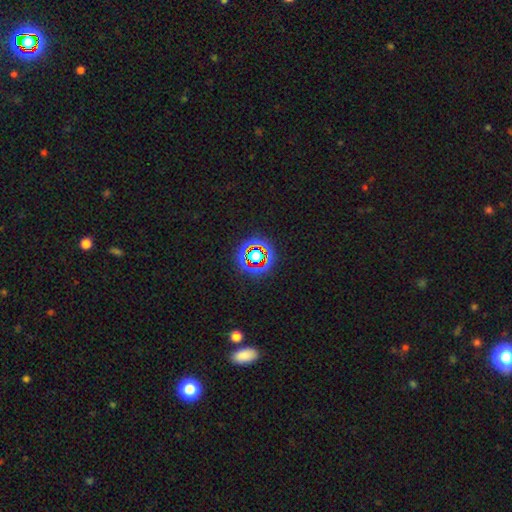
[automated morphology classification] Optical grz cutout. It shows a star or artifact, not a galaxy (68%).